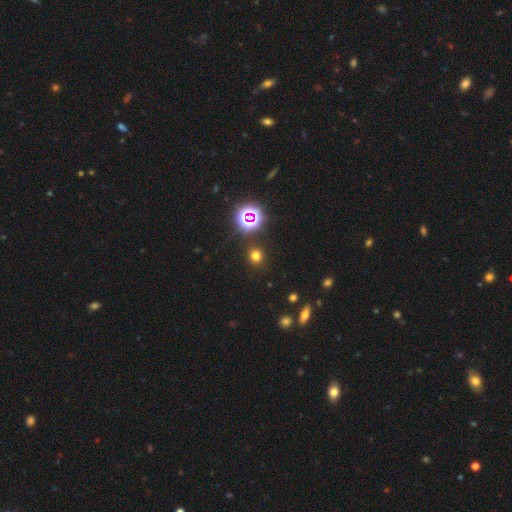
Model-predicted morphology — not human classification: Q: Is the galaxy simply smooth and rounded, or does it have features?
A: smooth — 69%.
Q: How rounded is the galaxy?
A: round — 85%.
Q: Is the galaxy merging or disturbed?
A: none — 89%.